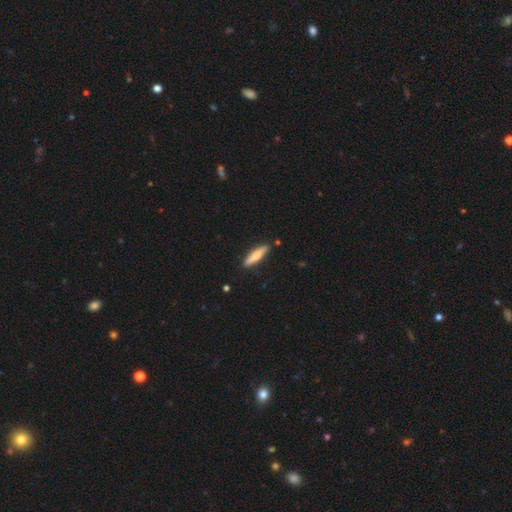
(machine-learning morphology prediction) Overall: smooth (65%; featured or disk 29%). How rounded: cigar-shaped (79%). Merging: none (87%).